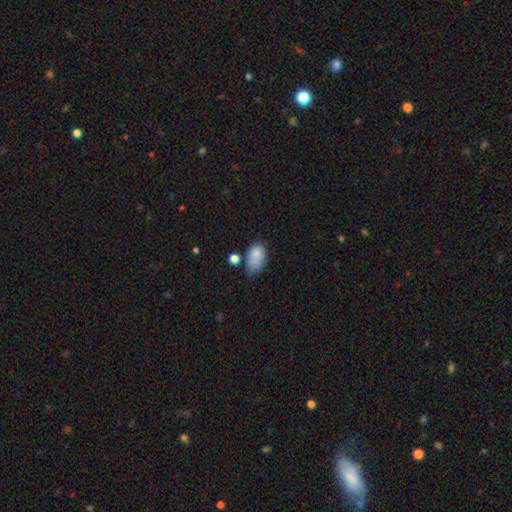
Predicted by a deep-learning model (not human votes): This is clearly a smooth galaxy (83%). How rounded: clearly in between (89%). Merging: possibly none (46%).